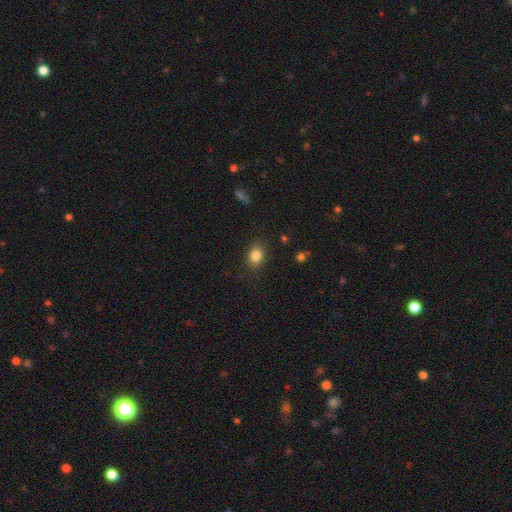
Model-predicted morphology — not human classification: Smooth or featured? smooth (84%)
How rounded? in between (57%)
Merging? none (86%)